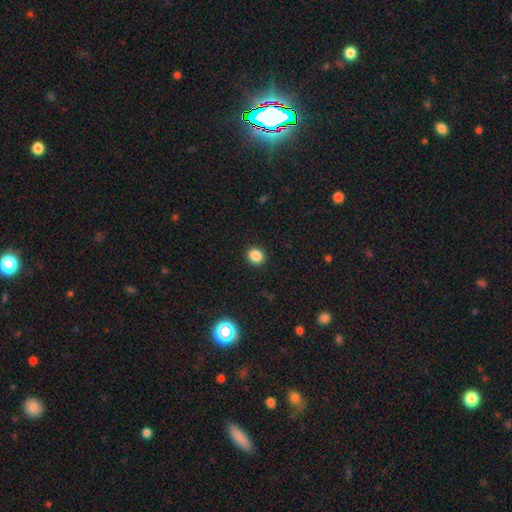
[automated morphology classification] This is clearly a smooth galaxy (86%). How rounded: likely round (66%). Merging: clearly none (91%).